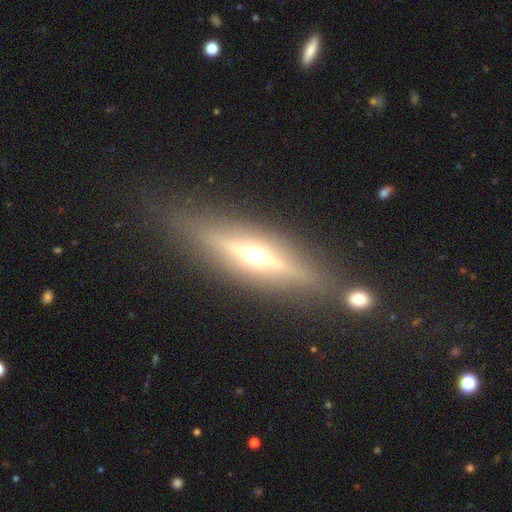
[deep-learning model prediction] Smooth or featured: featured or disk — 74% (smooth — 18%)
Edge-on disk: yes — 94% (no — 6%)
Edge-on bulge: rounded — 94% (boxy — 3%)
Merging: none — 83% (minor disturbance — 9%)